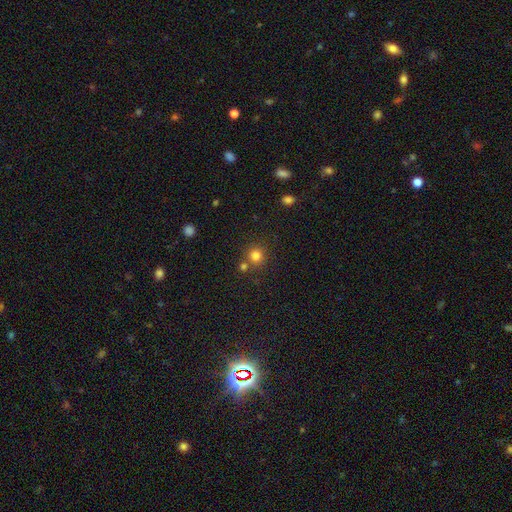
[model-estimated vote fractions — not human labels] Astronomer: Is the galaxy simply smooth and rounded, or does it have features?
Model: smooth — 80%.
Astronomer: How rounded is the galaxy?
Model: round — 91%.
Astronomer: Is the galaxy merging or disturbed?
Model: none — 72%.